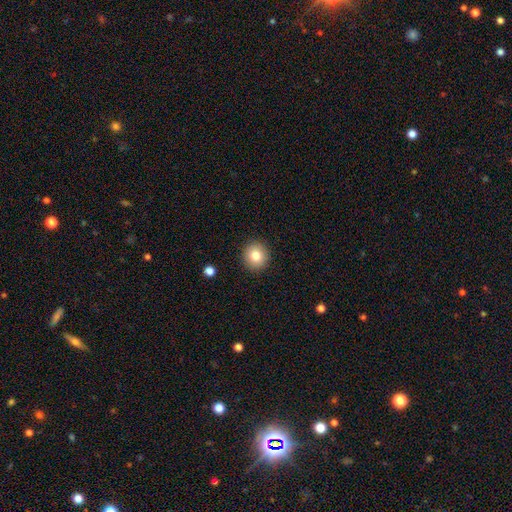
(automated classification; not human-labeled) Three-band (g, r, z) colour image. It shows a smooth galaxy with no disk features (80%) that is round (93%). Merging: none (92%).